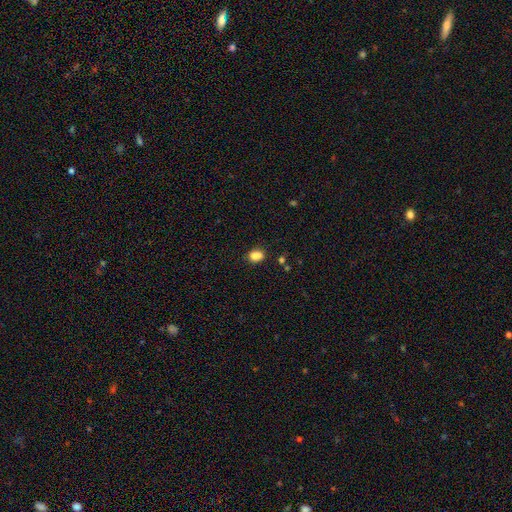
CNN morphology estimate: smooth 80%, star or artifact 12%, featured or disk 8%. Down the decision tree: how rounded — in between (64%); merging — none (54%).